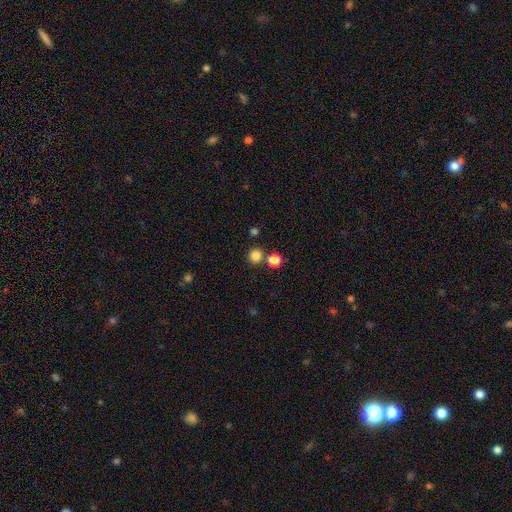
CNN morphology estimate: A smooth galaxy with no disk features (82%) that is round (93%). Merging: none (79%).